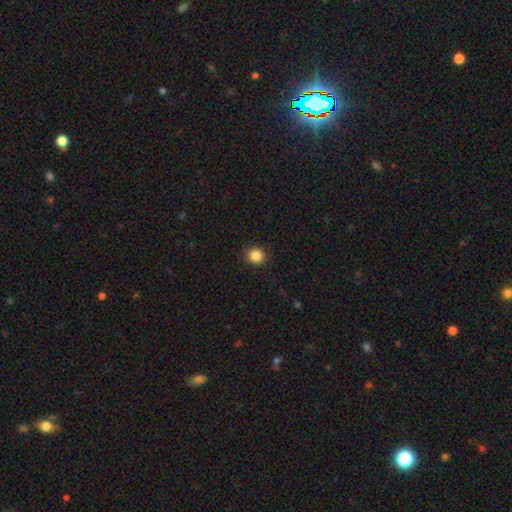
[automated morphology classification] Smooth or featured: smooth — 86% (star or artifact — 10%)
How rounded: round — 87% (in between — 12%)
Merging: none — 91% (minor disturbance — 6%)